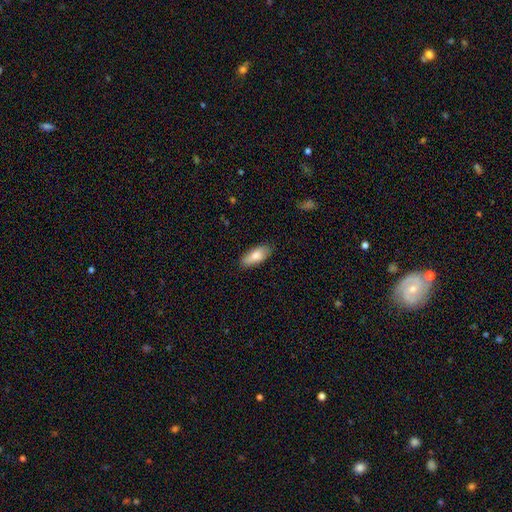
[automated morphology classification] A smooth galaxy with no disk features (80%) that is in between round and cigar-shaped (78%). Merging: none (84%).